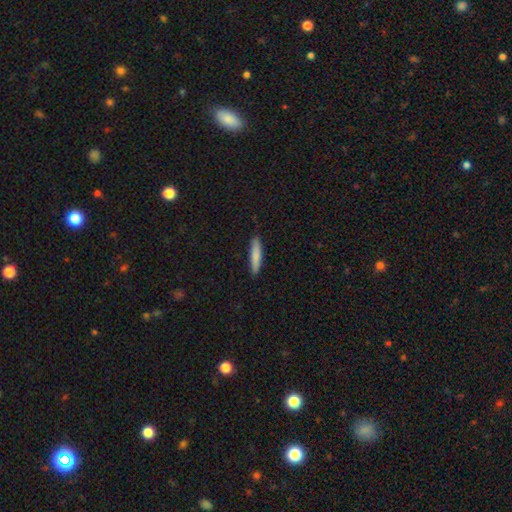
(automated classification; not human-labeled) Q: Smooth or featured?
A: smooth (82%); runner-up: featured or disk (12%)
Q: How rounded?
A: cigar-shaped (85%); runner-up: in between (13%)
Q: Merging?
A: none (88%); runner-up: minor disturbance (9%)